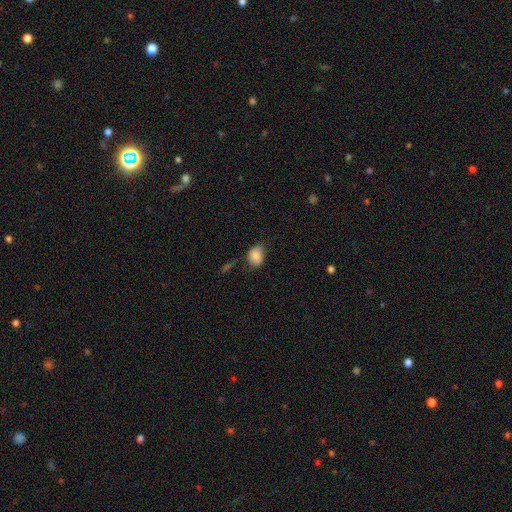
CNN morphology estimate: type=smooth (82%); roundness=in between (67%); merging=none (64%).